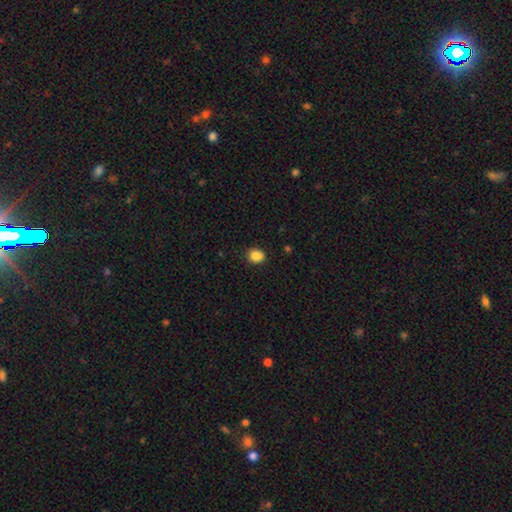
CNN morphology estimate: smooth-or-featured: smooth: 86% | star or artifact: 10% | featured or disk: 4%
  how-rounded: round: 66% | in between: 33% | cigar-shaped: 1%
  merging: none: 83% | minor disturbance: 13% | major disturbance: 2% | merger: 1%